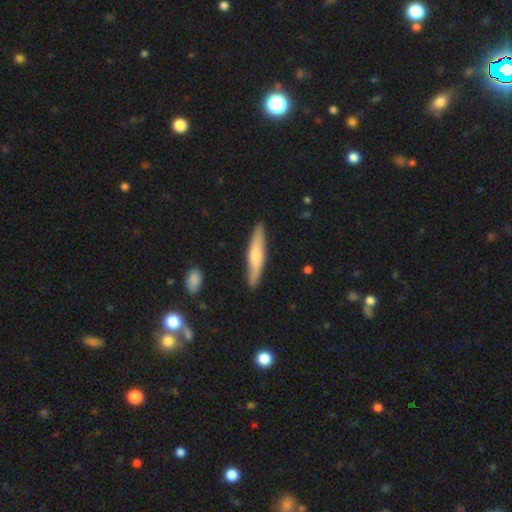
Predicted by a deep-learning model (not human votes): Smooth or featured?
  - smooth: 53% *
  - featured or disk: 42%
  - star or artifact: 5%
How rounded?
  - cigar-shaped: 87% *
  - in between: 11%
  - round: 2%
Merging?
  - none: 89% *
  - minor disturbance: 8%
  - major disturbance: 2%
  - merger: 1%